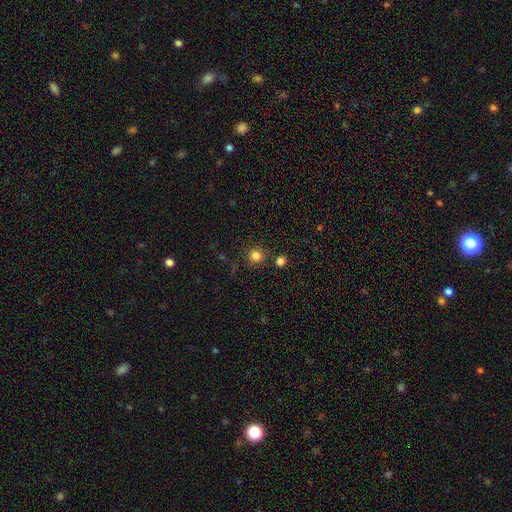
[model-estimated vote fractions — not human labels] This is clearly a smooth galaxy (81%). How rounded: clearly round (93%). Merging: clearly none (83%).